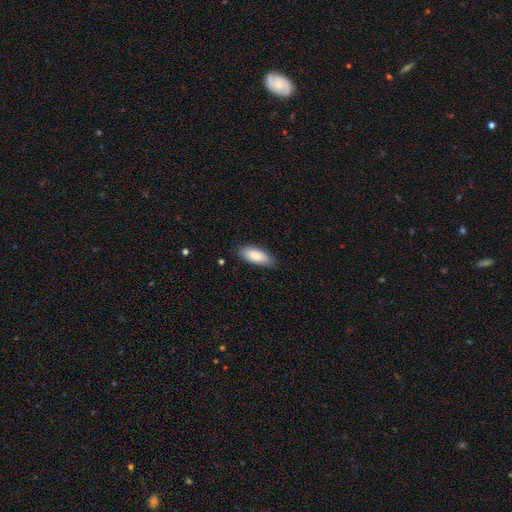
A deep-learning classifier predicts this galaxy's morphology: Smooth or featured? smooth (85%)
How rounded? in between (81%)
Merging? none (84%)